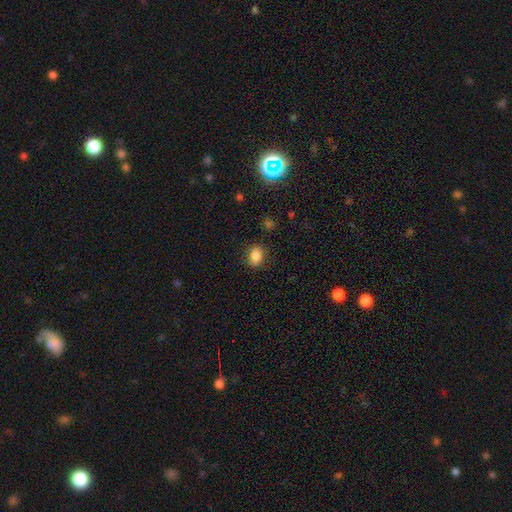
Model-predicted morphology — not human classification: Smooth or featured? smooth (85%)
How rounded? in between (65%)
Merging? none (83%)